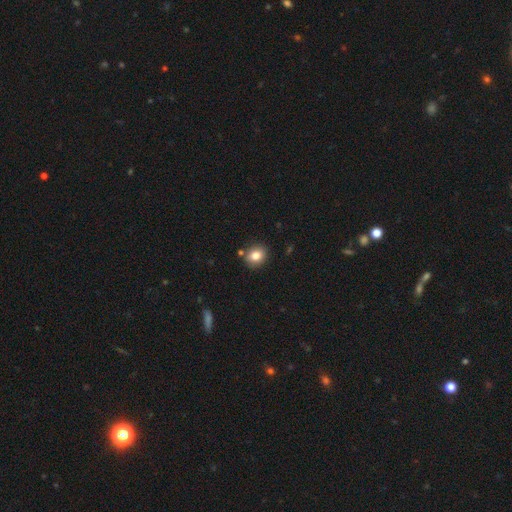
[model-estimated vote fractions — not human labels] Smooth or featured? Predicted: smooth (p=0.82). How rounded? Predicted: round (p=0.61). Merging? Predicted: none (p=0.83).